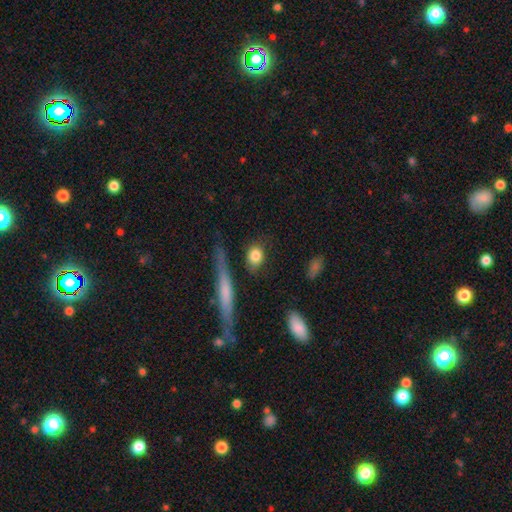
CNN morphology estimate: Overall: smooth (82%). How rounded: round (53%; in between 39%). Merging: none (77%).